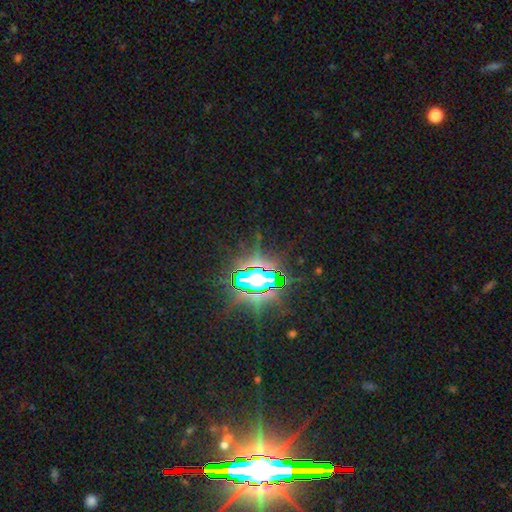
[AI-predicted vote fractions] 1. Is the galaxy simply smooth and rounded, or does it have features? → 80% star or artifact, 10% smooth, 10% featured or disk.